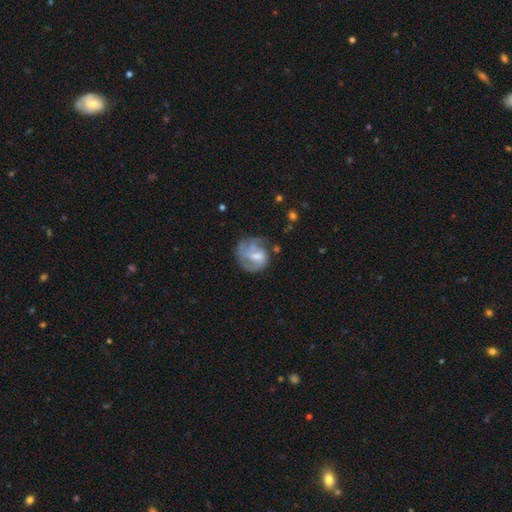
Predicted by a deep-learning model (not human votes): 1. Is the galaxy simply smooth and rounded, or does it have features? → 60% featured or disk, 33% smooth, 7% star or artifact.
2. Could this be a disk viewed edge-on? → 98% no, 2% yes.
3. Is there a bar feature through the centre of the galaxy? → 49% weak, 38% no, 13% strong.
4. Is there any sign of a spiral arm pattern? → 70% yes, 30% no.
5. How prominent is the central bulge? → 43% moderate, 30% small, 19% none, 7% large, 1% dominant.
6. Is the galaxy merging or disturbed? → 49% none, 24% minor disturbance, 22% major disturbance, 5% merger.